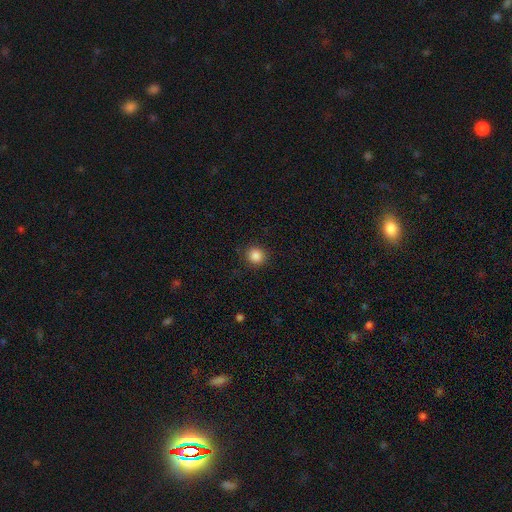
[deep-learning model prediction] smooth-or-featured: smooth: 85% | star or artifact: 11% | featured or disk: 4%
  how-rounded: round: 90% | in between: 9% | cigar-shaped: 1%
  merging: none: 90% | minor disturbance: 7% | major disturbance: 2% | merger: 1%